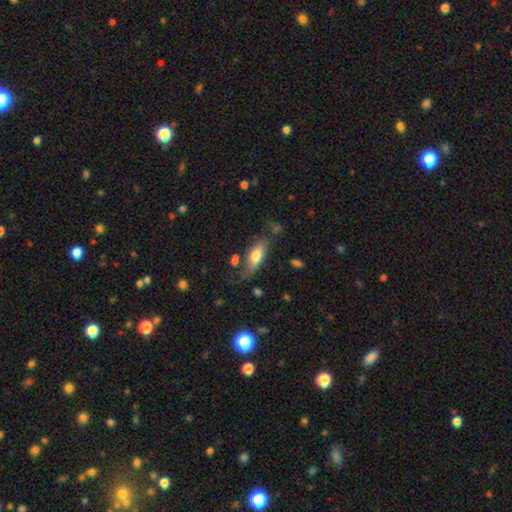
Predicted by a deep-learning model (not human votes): Smooth or featured? Predicted: smooth (p=0.71). How rounded? Predicted: in between (p=0.76). Merging? Predicted: none (p=0.59).